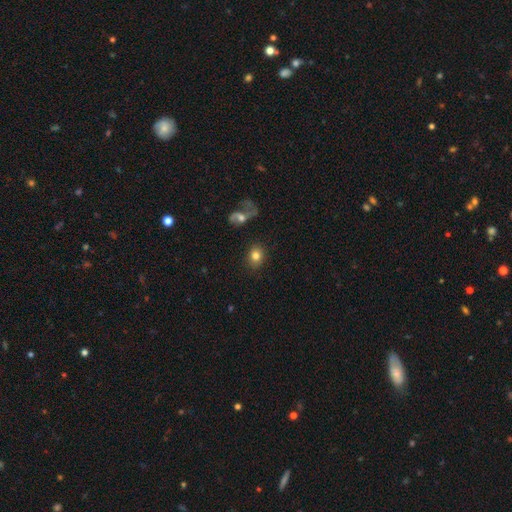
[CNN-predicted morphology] Smooth or featured?
  - smooth: 81% *
  - featured or disk: 10%
  - star or artifact: 9%
How rounded?
  - round: 55% *
  - in between: 44%
  - cigar-shaped: 1%
Merging?
  - none: 84% *
  - minor disturbance: 9%
  - major disturbance: 4%
  - merger: 3%